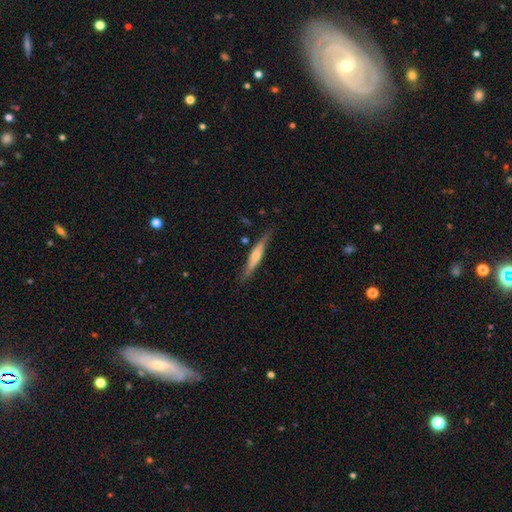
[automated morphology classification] A featured or disk galaxy (59%) viewed edge-on (93%) with a rounded central bulge (82%). Merging: none (80%).